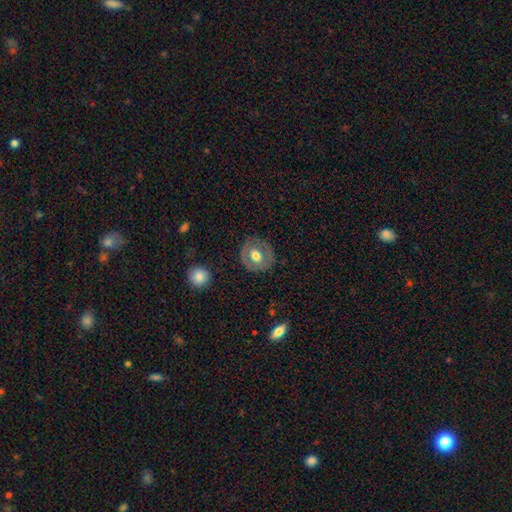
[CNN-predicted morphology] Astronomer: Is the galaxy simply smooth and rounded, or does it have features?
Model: smooth — 53% (runner-up: featured or disk, 40%).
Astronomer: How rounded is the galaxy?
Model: round — 81%.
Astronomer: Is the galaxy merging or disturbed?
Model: none — 81%.